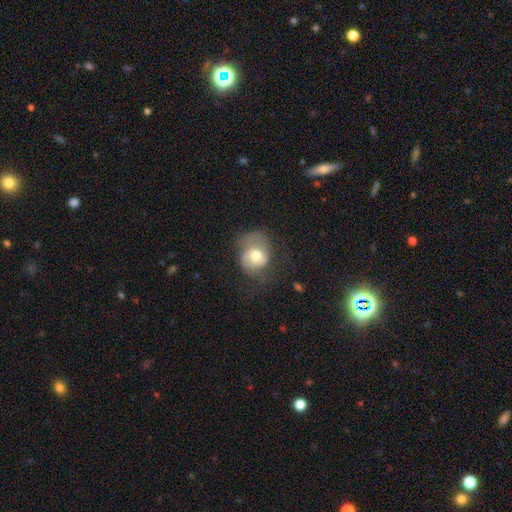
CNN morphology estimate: Overall: smooth (59%; featured or disk 32%). How rounded: round (63%; in between 36%). Merging: none (42%; minor disturbance 28%).